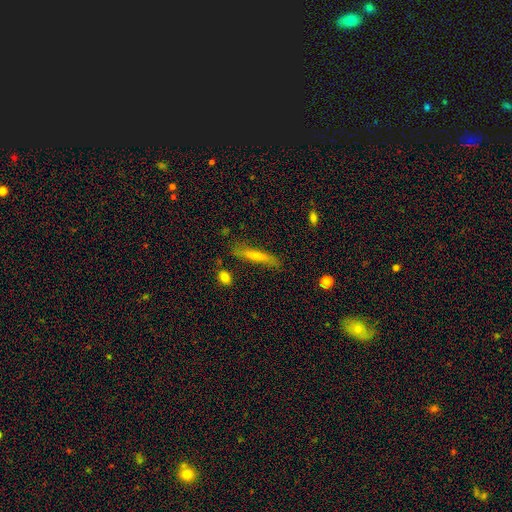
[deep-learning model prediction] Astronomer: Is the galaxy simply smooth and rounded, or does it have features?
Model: smooth — 56% (runner-up: featured or disk, 37%).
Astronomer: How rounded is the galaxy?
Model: cigar-shaped — 91%.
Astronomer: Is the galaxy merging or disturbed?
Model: none — 78%.